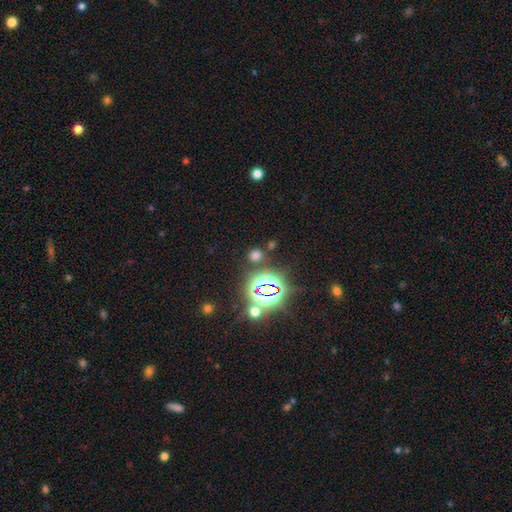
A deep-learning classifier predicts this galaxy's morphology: type=smooth (53%); roundness=round (69%); merging=none (79%).